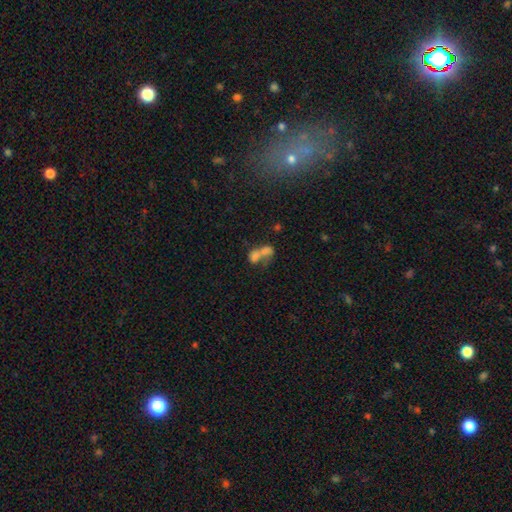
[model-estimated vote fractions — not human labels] Smooth or featured? smooth (65%)
How rounded? in between (70%)
Merging? merger (73%)